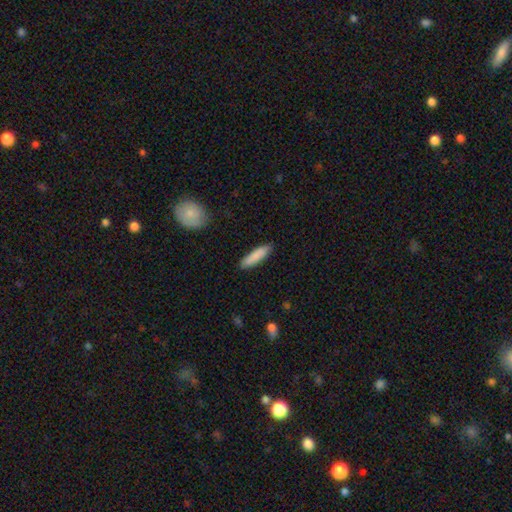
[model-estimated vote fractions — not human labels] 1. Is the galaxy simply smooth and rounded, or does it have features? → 86% smooth, 8% featured or disk, 6% star or artifact.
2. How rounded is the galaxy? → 76% cigar-shaped, 22% in between, 1% round.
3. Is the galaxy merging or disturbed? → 88% none, 9% minor disturbance, 2% major disturbance, 1% merger.